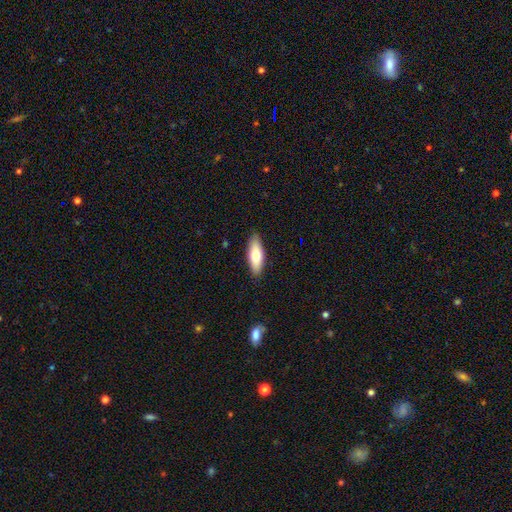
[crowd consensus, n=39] Q: Smooth or featured?
A: smooth (74%); runner-up: featured or disk (18%)
Q: How rounded?
A: cigar-shaped (52%); runner-up: in between (48%)
Q: Merging?
A: none (100%)